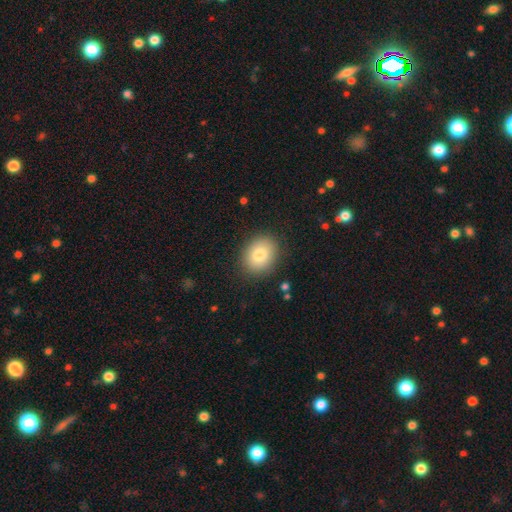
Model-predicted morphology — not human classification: Smooth or featured? Predicted: smooth (p=0.79). How rounded? Predicted: round (p=0.53). Merging? Predicted: none (p=0.89).